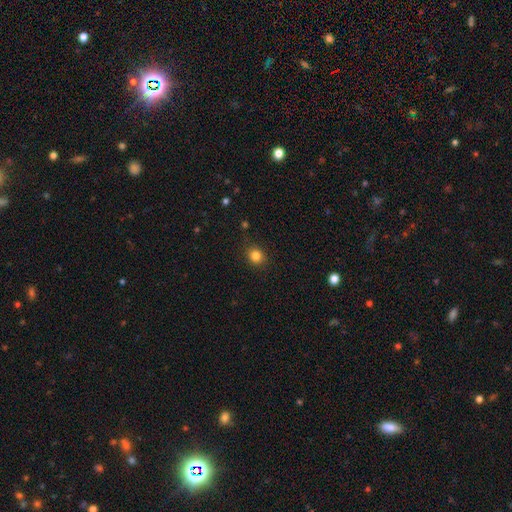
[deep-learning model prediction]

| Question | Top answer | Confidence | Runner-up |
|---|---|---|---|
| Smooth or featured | smooth | 83% | star or artifact (12%) |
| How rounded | round | 78% | in between (21%) |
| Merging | none | 85% | minor disturbance (10%) |